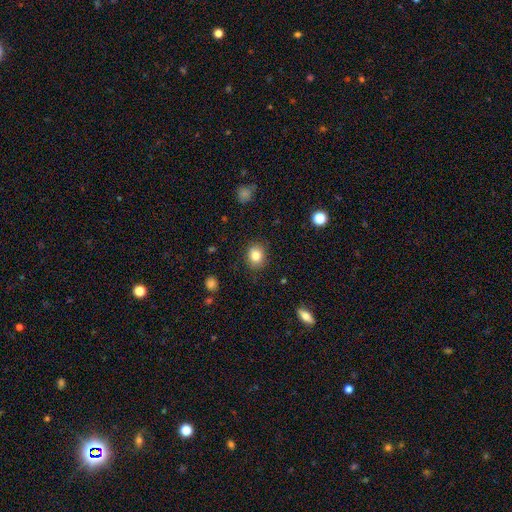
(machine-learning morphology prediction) The model was most divided on "how rounded": round: 64%, in between: 35%, cigar-shaped: 1%. More confident: merging — none (86%); smooth or featured — smooth (83%).